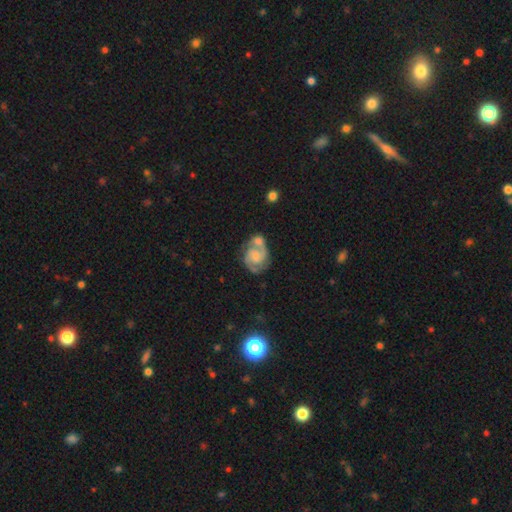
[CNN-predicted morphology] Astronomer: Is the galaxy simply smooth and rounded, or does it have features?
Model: featured or disk — 82%.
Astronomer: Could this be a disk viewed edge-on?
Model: no — 98%.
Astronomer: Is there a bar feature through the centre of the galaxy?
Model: no — 56% (runner-up: weak, 37%).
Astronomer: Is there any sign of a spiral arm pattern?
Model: yes — 95%.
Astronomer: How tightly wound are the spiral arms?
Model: medium — 51% (runner-up: tight, 36%).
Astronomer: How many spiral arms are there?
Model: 2 — 86%.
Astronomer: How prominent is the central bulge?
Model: small — 41% (runner-up: moderate, 29%).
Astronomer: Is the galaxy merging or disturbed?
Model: none — 44% (runner-up: merger, 33%).